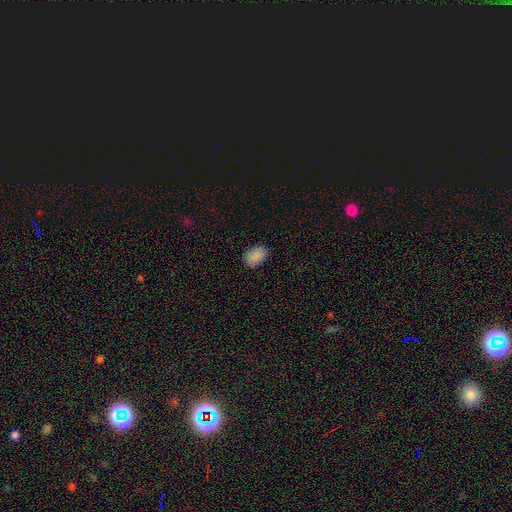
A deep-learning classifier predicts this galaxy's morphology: Q: Smooth or featured?
A: smooth (88%); runner-up: star or artifact (9%)
Q: How rounded?
A: in between (82%); runner-up: round (17%)
Q: Merging?
A: none (84%); runner-up: minor disturbance (12%)